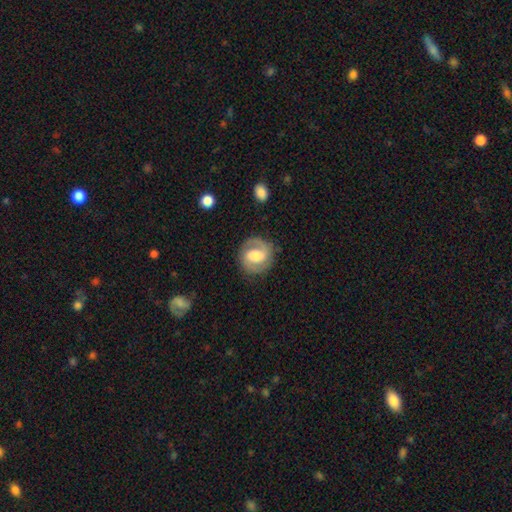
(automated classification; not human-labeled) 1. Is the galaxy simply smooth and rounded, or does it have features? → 66% featured or disk, 28% smooth, 7% star or artifact.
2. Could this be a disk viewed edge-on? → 97% no, 3% yes.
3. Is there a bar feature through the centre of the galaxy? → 47% weak, 29% strong, 24% no.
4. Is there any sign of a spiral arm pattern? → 85% yes, 15% no.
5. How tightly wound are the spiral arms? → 46% medium, 37% tight, 17% loose.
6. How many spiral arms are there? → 80% 2, 11% 1, 7% can't tell, 1% 3, 1% 4, 1% more than 4.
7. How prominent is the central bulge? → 51% moderate, 30% large, 13% small, 3% none, 3% dominant.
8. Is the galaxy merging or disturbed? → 80% none, 13% minor disturbance, 6% major disturbance, 1% merger.